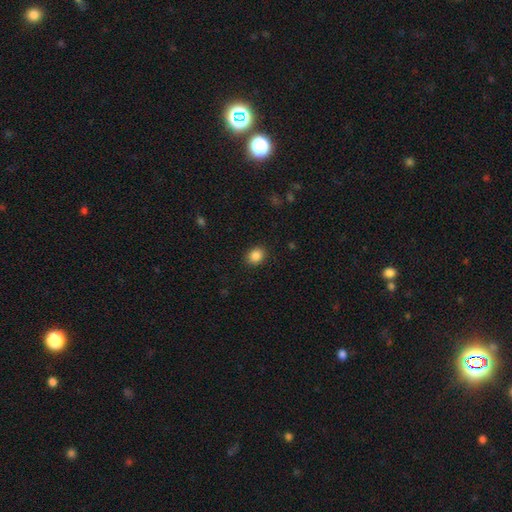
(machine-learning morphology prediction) A smooth galaxy with no disk features (87%) that is round (57%).

Vote fractions:
- Smooth or featured? smooth: 87% / star or artifact: 10% / featured or disk: 3%
- How rounded? round: 57% / in between: 42% / cigar-shaped: 1%
- Merging? none: 89% / minor disturbance: 7% / major disturbance: 2% / merger: 1%